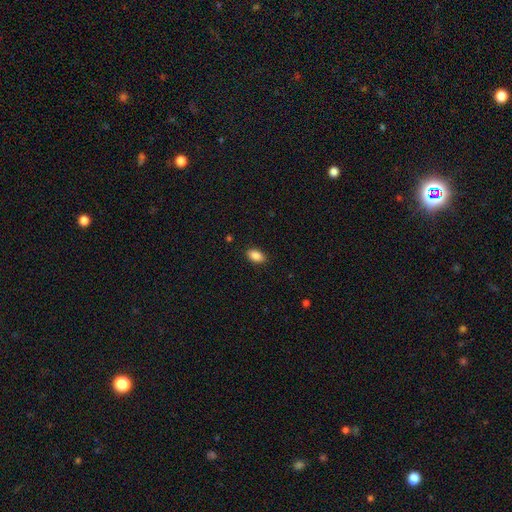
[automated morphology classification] A smooth galaxy with no disk features (88%) that is in between round and cigar-shaped (91%). Merging: none (89%).